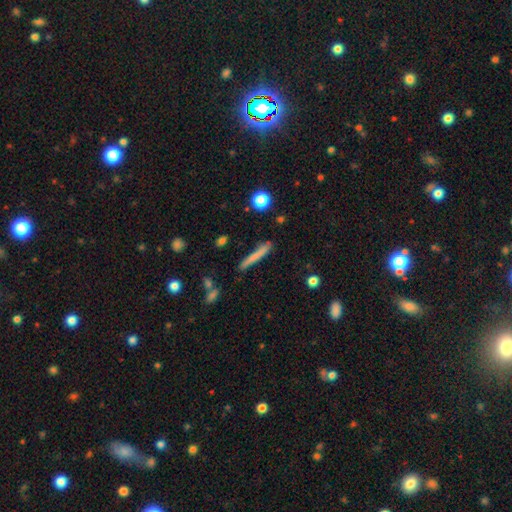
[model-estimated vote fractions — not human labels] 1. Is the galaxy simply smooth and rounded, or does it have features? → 68% smooth, 24% featured or disk, 8% star or artifact.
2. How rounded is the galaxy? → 94% cigar-shaped, 4% in between, 2% round.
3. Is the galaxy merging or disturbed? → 79% none, 15% minor disturbance, 3% merger, 3% major disturbance.